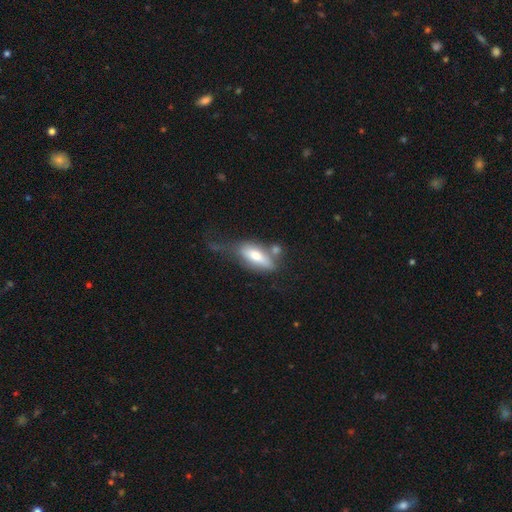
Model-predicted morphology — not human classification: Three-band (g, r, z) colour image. It shows a smooth galaxy with no disk features (63%) that is in between round and cigar-shaped (76%). Merging: none (33%).